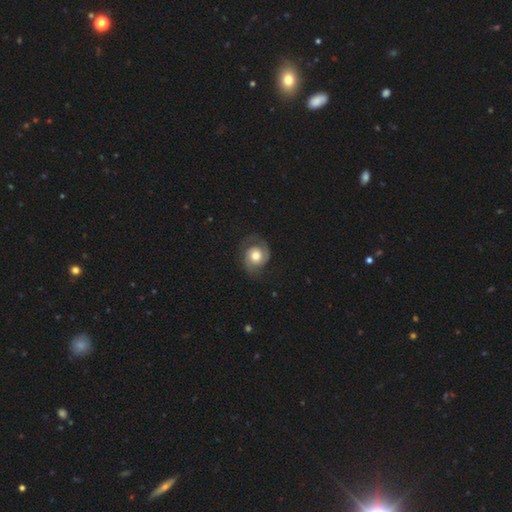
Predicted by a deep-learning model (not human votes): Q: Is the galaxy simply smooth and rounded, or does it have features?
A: featured or disk — 75%.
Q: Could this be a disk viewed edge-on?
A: no — 98%.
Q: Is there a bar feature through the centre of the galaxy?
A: no — 75%.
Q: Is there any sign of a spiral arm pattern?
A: yes — 93%.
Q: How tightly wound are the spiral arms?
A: medium — 42%.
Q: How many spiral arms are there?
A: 2 — 84%.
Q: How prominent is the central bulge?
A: moderate — 65%.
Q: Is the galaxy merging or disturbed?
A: none — 73%.